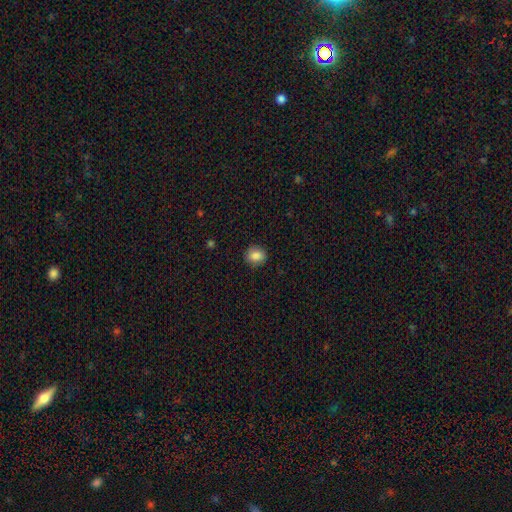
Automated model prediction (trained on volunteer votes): smooth 86%, star or artifact 9%, featured or disk 5%. Down the decision tree: how rounded — round (65%); merging — none (87%).